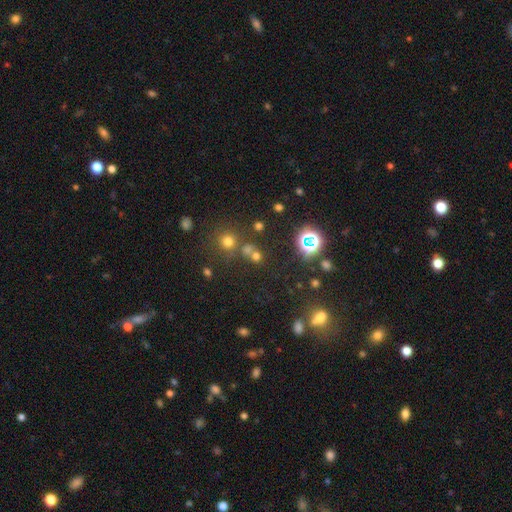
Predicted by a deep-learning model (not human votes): The model was most divided on "smooth or featured": smooth: 54%, star or artifact: 37%, featured or disk: 9%. More confident: how rounded — round (84%); merging — none (60%).